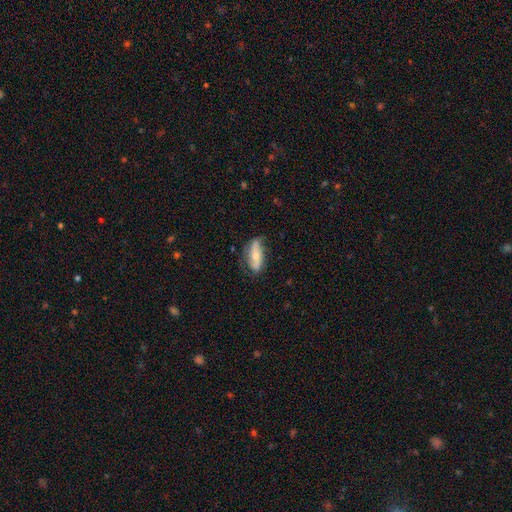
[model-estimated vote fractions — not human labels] This is possibly a smooth galaxy (53%). How rounded: likely in between (72%). Merging: likely none (64%).